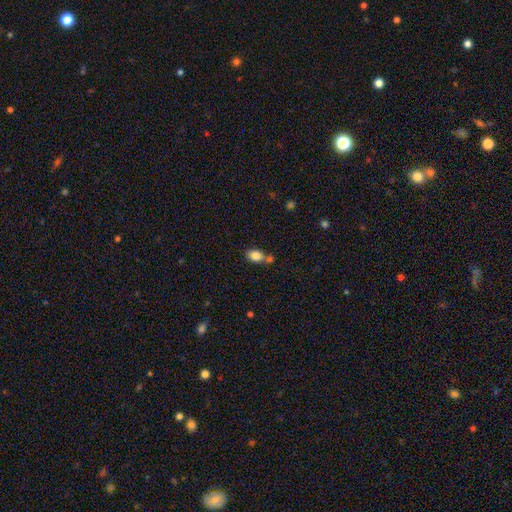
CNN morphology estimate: type=smooth (84%); roundness=in between (85%); merging=none (55%).